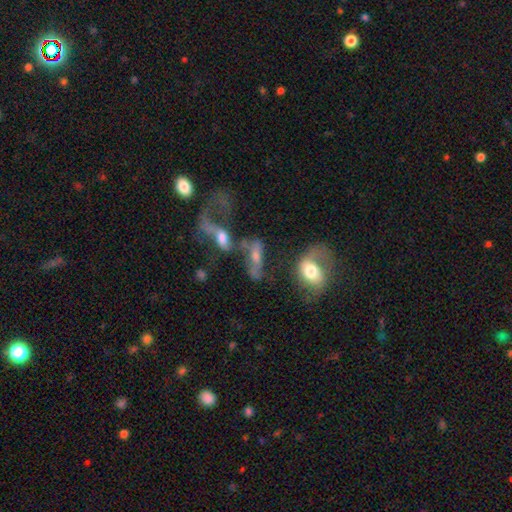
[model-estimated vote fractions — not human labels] Smooth or featured: featured or disk — 46% (smooth — 39%)
Merging: merger — 34% (none — 26%)